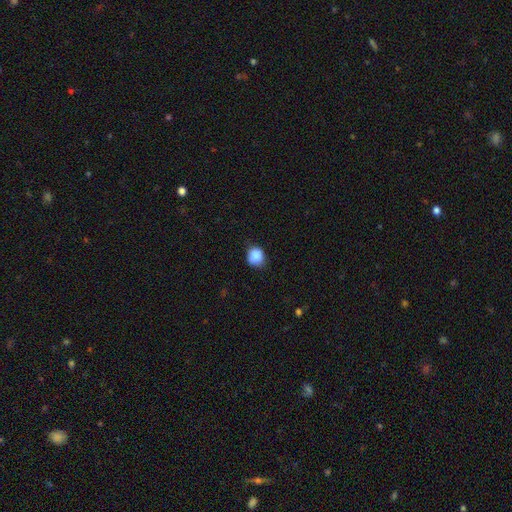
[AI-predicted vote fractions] Morphology: type=smooth (88%); roundness=round (80%); merging=none (74%).